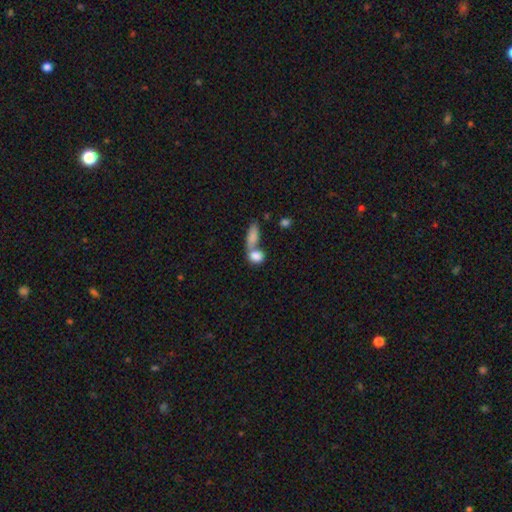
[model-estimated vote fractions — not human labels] This appears to be a smooth galaxy with no disk features (83%) that is in between round and cigar-shaped (55%). Merging: merger (54%).